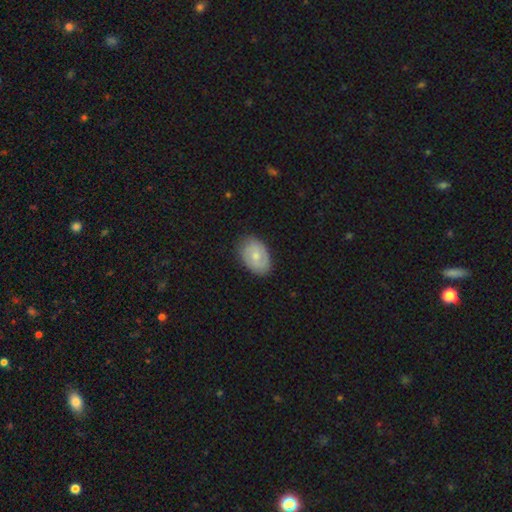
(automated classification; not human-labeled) smooth 54%, featured or disk 40%, star or artifact 6%. Down the decision tree: how rounded — in between (83%); merging — none (82%).